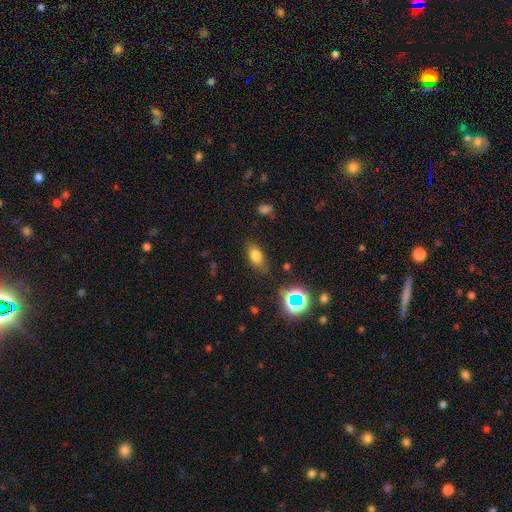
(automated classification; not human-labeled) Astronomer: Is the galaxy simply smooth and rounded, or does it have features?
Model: smooth — 74%.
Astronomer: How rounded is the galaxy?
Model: in between — 83%.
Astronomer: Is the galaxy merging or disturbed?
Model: none — 76%.